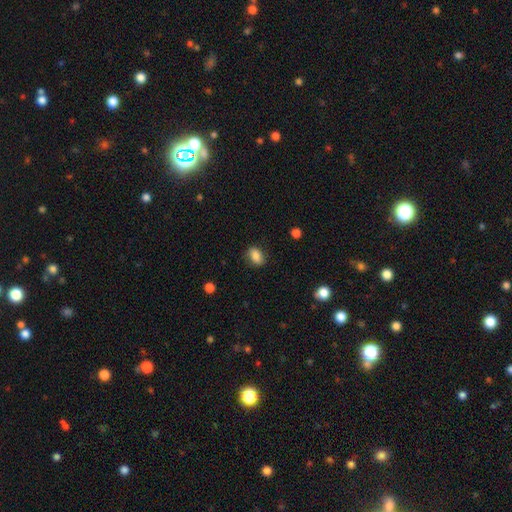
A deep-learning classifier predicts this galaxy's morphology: Smooth or featured?
  - smooth: 78% *
  - featured or disk: 13%
  - star or artifact: 9%
How rounded?
  - in between: 73% *
  - round: 25%
  - cigar-shaped: 2%
Merging?
  - none: 76% *
  - minor disturbance: 18%
  - major disturbance: 5%
  - merger: 1%